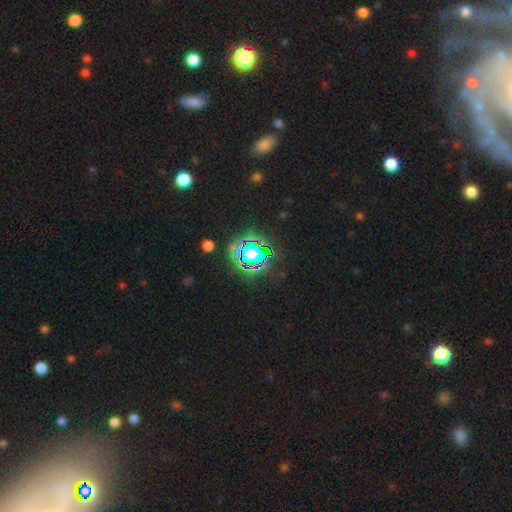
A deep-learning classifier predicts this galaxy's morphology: star or artifact 75%, smooth 16%, featured or disk 9%.